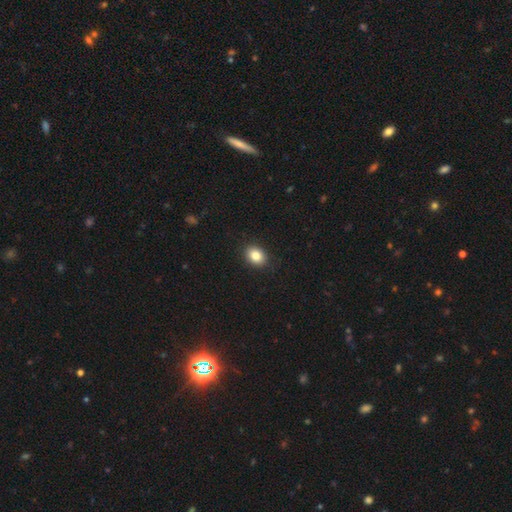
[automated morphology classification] Q: Smooth or featured?
A: smooth (84%); runner-up: star or artifact (9%)
Q: How rounded?
A: in between (59%); runner-up: round (41%)
Q: Merging?
A: none (89%); runner-up: minor disturbance (8%)